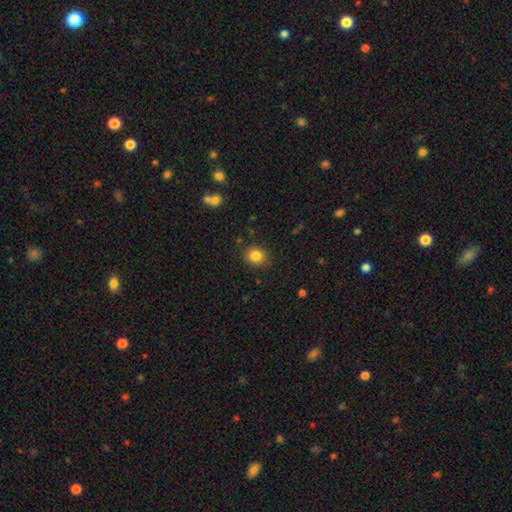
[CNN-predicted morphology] Smooth or featured? Predicted: smooth (p=0.83). How rounded? Predicted: round (p=0.65). Merging? Predicted: none (p=0.86).